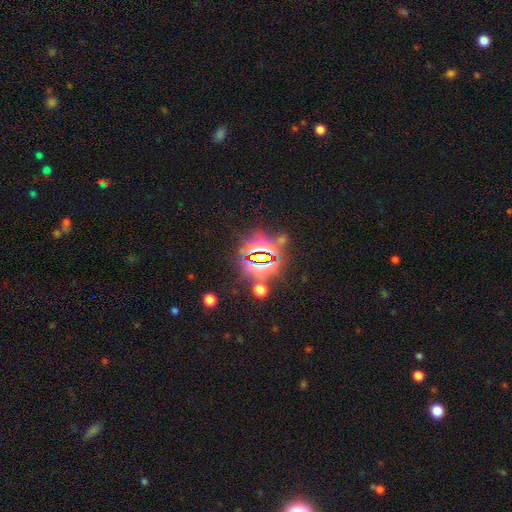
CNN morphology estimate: This appears to be a star or artifact, not a galaxy (84%).